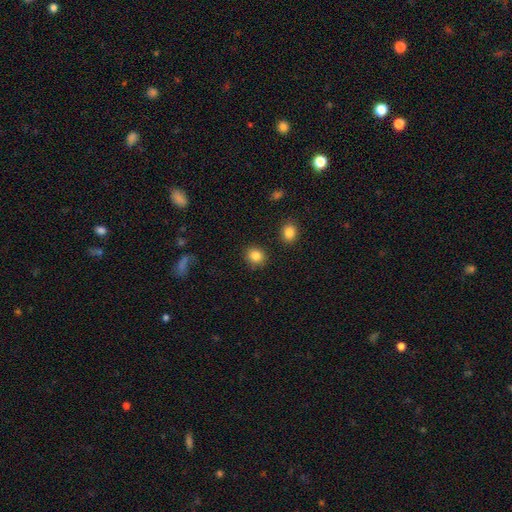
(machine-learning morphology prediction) Smooth or featured? smooth (85%)
How rounded? round (78%)
Merging? none (88%)